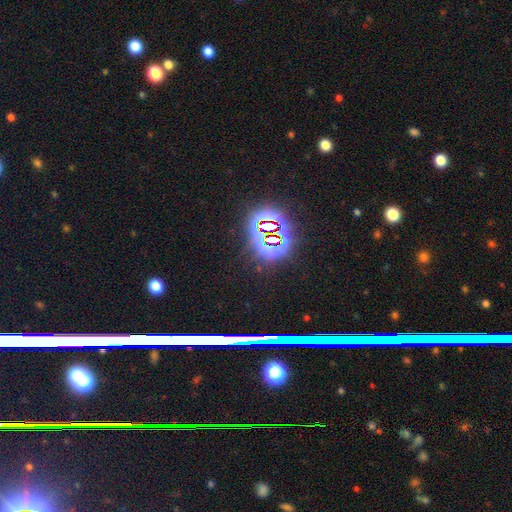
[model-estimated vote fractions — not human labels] The model was most divided on "smooth or featured": star or artifact: 72%, smooth: 17%, featured or disk: 11%.